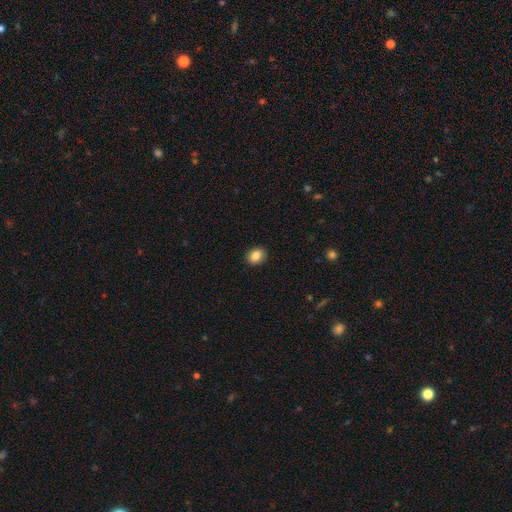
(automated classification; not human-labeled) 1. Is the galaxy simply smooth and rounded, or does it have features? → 85% smooth, 9% star or artifact, 7% featured or disk.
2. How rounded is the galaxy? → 50% in between, 49% round, 1% cigar-shaped.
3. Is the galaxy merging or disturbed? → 89% none, 8% minor disturbance, 2% major disturbance, 1% merger.